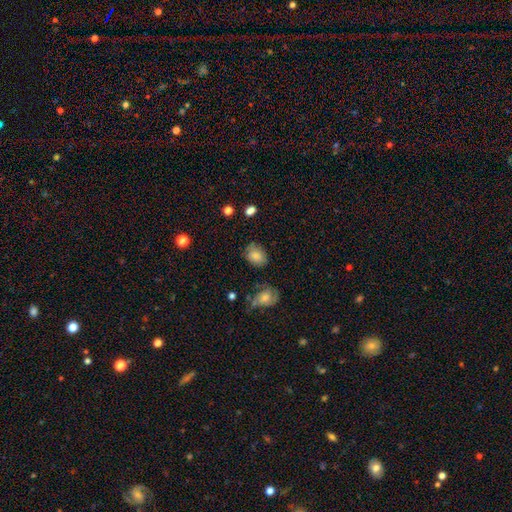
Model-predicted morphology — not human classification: Q: Smooth or featured?
A: smooth (81%); runner-up: featured or disk (11%)
Q: How rounded?
A: in between (66%); runner-up: round (33%)
Q: Merging?
A: none (65%); runner-up: minor disturbance (24%)